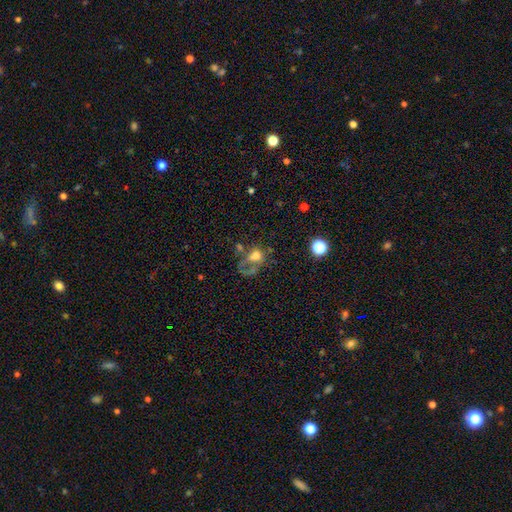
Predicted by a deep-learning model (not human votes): Smooth or featured?
  - smooth: 47% *
  - featured or disk: 36%
  - star or artifact: 16%
Merging?
  - major disturbance: 47% *
  - none: 24%
  - merger: 16%
  - minor disturbance: 14%